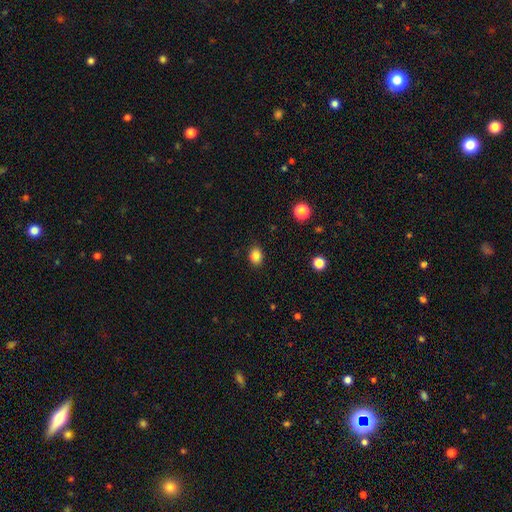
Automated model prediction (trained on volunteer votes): smooth-or-featured: smooth: 85% | star or artifact: 11% | featured or disk: 4%
  how-rounded: in between: 64% | round: 35% | cigar-shaped: 1%
  merging: none: 86% | minor disturbance: 10% | major disturbance: 3% | merger: 1%